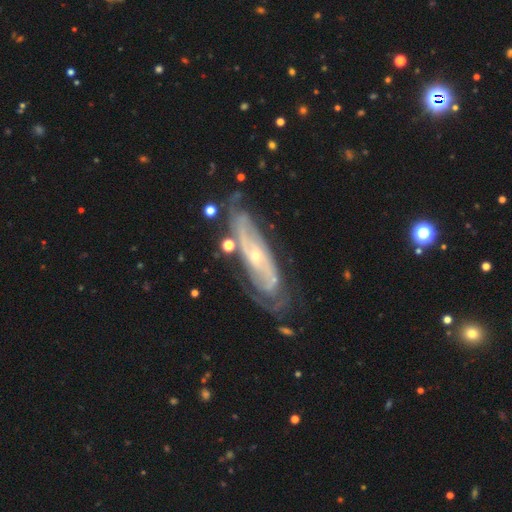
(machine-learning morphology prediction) The model was most divided on "spiral arm count": can't tell: 42%, 2: 34%, 3: 10%, 4: 6%, more than 4: 4%, 1: 4%. More confident: spiral arms — yes (92%); smooth or featured — featured or disk (85%); edge-on disk — no (84%); bulge size — small (72%); bar — no (69%); merging — none (67%); spiral winding — tight (65%).